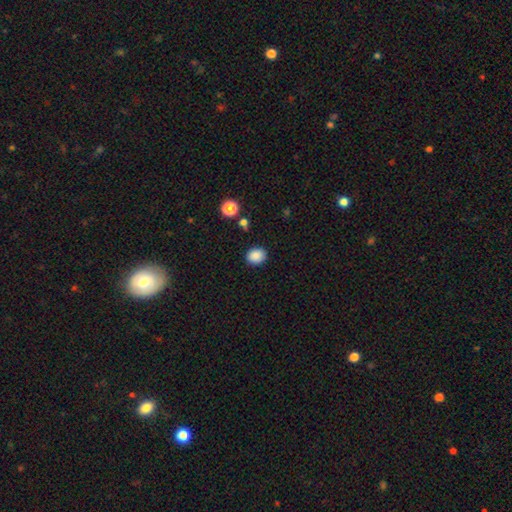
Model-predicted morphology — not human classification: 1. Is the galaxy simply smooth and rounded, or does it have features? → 87% smooth, 9% star or artifact, 3% featured or disk.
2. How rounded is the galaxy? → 57% round, 42% in between, 1% cigar-shaped.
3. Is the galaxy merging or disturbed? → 88% none, 8% minor disturbance, 2% major disturbance, 2% merger.